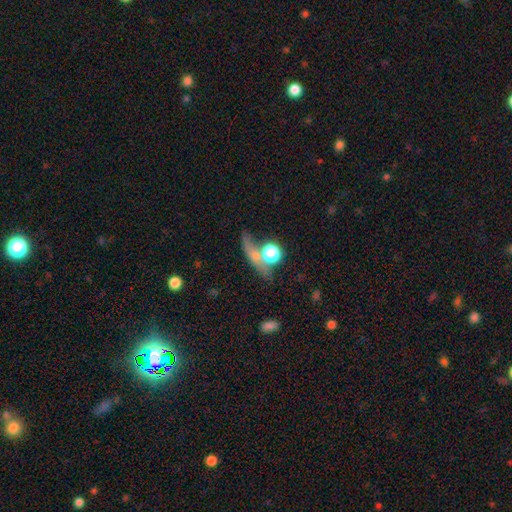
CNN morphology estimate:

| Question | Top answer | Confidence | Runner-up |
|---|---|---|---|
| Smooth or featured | smooth | 55% | featured or disk (26%) |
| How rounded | round | 45% | in between (29%) |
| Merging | none | 44% | merger (24%) |